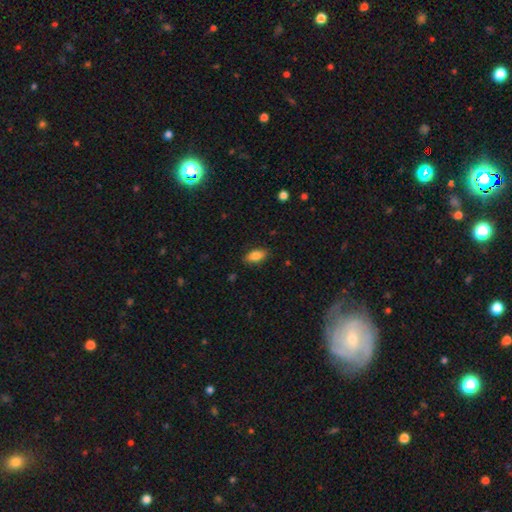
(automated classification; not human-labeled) Smooth or featured? smooth (85%)
How rounded? in between (89%)
Merging? none (86%)